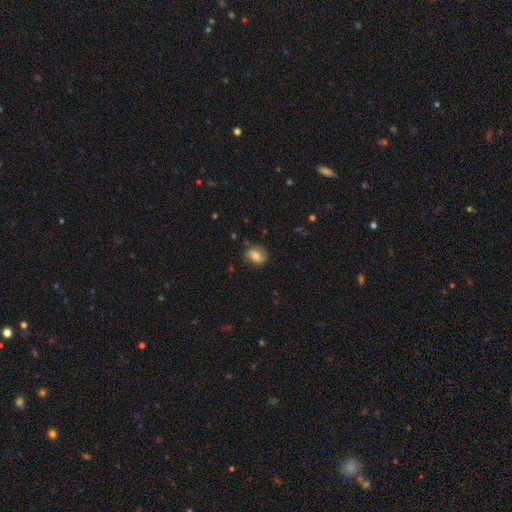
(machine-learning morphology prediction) Overall: smooth (65%; featured or disk 26%). How rounded: in between (58%; round 40%). Merging: none (76%).